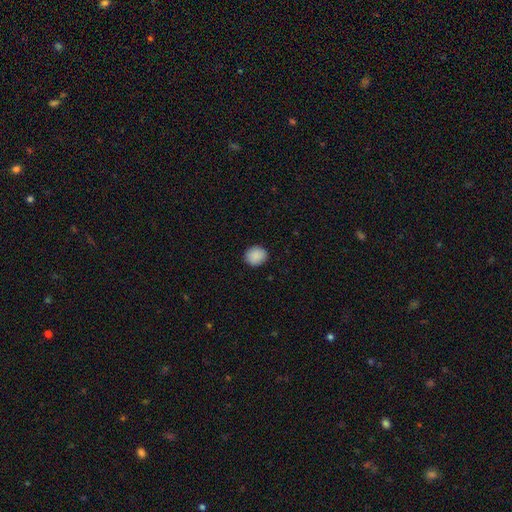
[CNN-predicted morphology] Smooth or featured?
  - smooth: 89% *
  - star or artifact: 8%
  - featured or disk: 3%
How rounded?
  - round: 82% *
  - in between: 17%
  - cigar-shaped: 1%
Merging?
  - none: 90% *
  - minor disturbance: 7%
  - major disturbance: 2%
  - merger: 1%